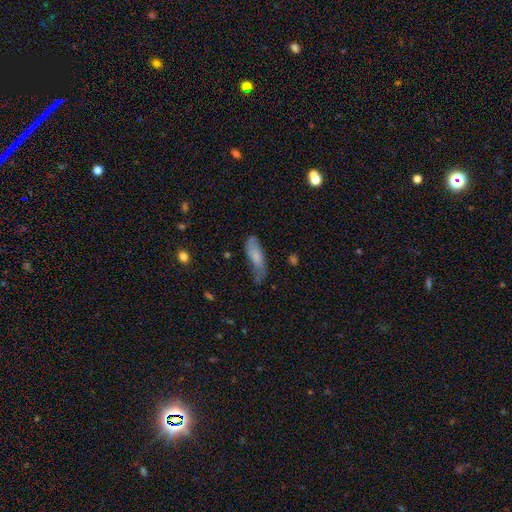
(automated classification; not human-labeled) Smooth or featured? smooth (65%)
How rounded? in between (53%)
Merging? none (47%)